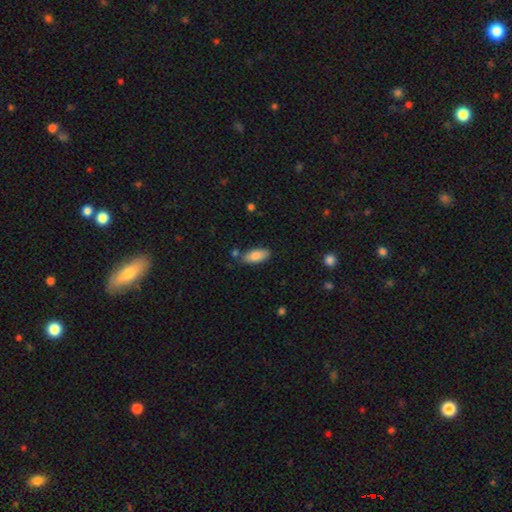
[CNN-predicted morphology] smooth_or_featured: smooth (p=0.87) [alt: featured or disk p=0.07]
how_rounded: in between (p=0.86) [alt: cigar-shaped p=0.13]
merging: none (p=0.79) [alt: minor disturbance p=0.14]